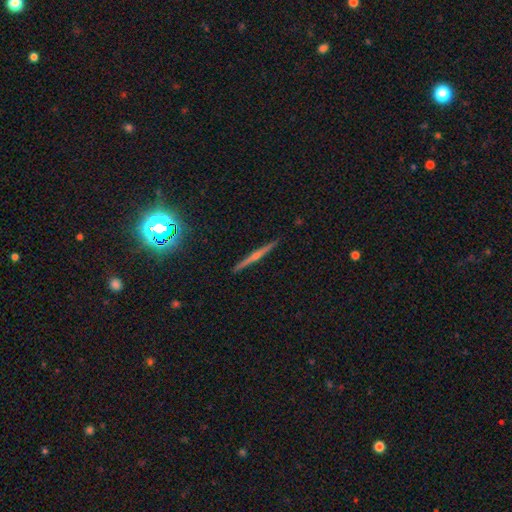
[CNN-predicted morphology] A featured or disk galaxy (55%) viewed edge-on (93%) with a rounded central bulge (59%). Merging: none (91%).